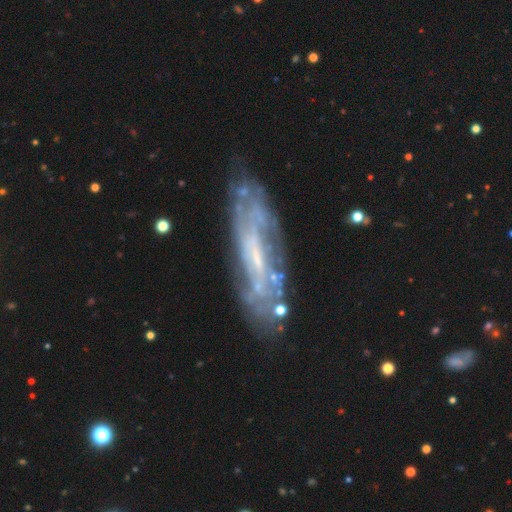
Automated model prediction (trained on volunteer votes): A featured or disk galaxy (74%) with no bar (48%), spiral arms (66%) and a small central bulge (52%). Merging: none (72%).